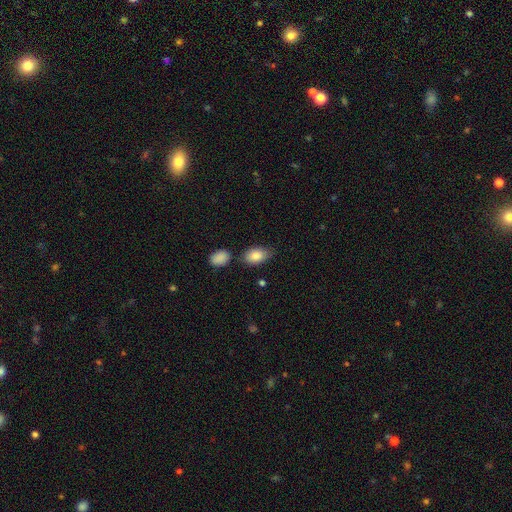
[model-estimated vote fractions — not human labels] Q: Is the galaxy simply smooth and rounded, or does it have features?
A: smooth — 85%.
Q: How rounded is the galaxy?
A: in between — 91%.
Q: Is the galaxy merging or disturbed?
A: none — 69%.